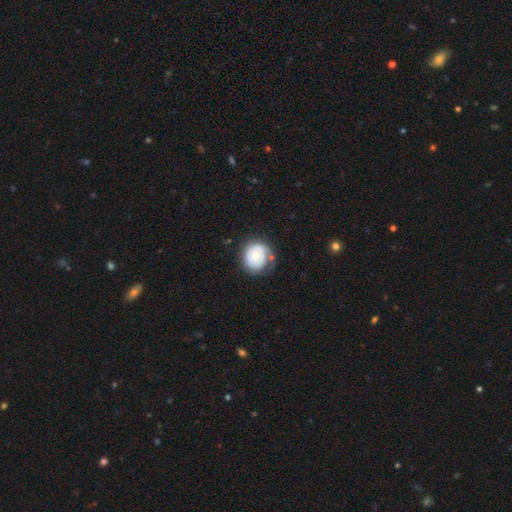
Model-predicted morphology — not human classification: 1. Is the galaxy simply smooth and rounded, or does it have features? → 52% smooth, 41% featured or disk, 7% star or artifact.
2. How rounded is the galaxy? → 76% round, 23% in between, 1% cigar-shaped.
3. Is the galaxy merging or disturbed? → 58% none, 28% minor disturbance, 12% major disturbance, 3% merger.